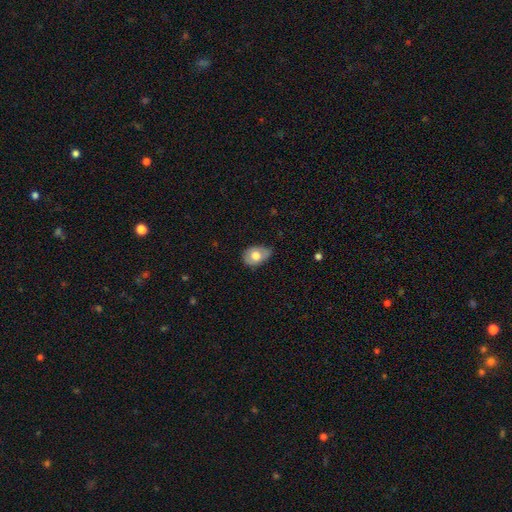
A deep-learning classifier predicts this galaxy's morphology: Overall: smooth (70%). How rounded: in between (78%). Merging: none (59%; minor disturbance 33%).